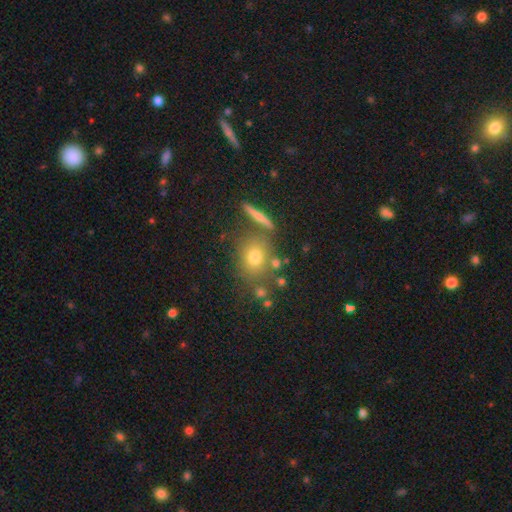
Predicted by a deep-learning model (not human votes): This is likely a smooth galaxy (66%). How rounded: possibly round (60%). Merging: likely none (72%).